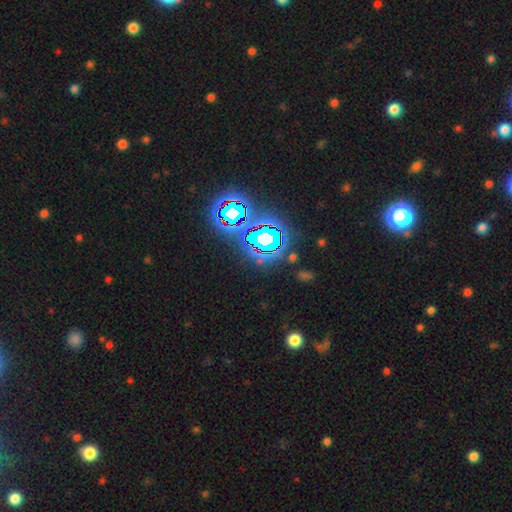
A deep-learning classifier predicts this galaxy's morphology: A star or artifact, not a galaxy (81%).